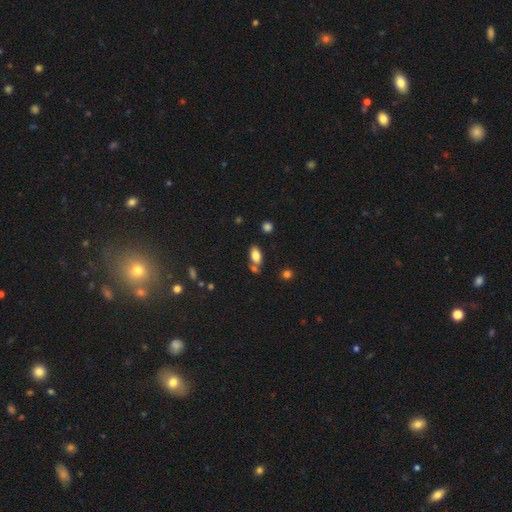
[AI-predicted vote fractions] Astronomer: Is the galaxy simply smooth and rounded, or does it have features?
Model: smooth — 80%.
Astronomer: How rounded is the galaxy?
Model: in between — 90%.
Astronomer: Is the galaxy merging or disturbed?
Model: none — 64%.